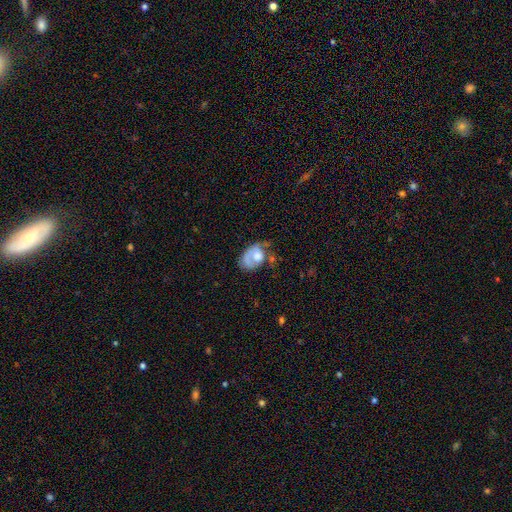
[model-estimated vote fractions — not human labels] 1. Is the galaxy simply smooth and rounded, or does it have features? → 54% smooth, 38% featured or disk, 8% star or artifact.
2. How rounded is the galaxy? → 74% in between, 24% round, 1% cigar-shaped.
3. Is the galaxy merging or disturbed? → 33% none, 31% major disturbance, 26% minor disturbance, 10% merger.